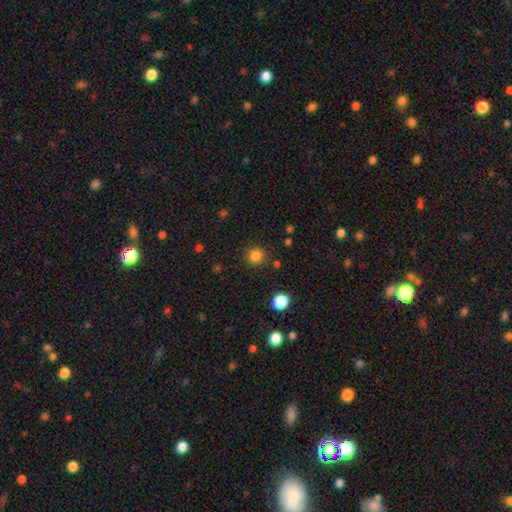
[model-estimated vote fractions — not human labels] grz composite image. It shows a smooth galaxy with no disk features (83%) that is round (92%). Merging: none (87%).